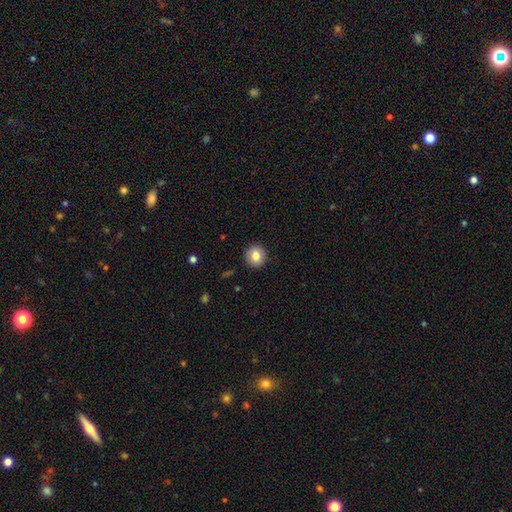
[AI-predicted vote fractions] smooth_or_featured: smooth (p=0.84) [alt: star or artifact p=0.09]
how_rounded: round (p=0.90) [alt: in between p=0.09]
merging: none (p=0.92) [alt: minor disturbance p=0.06]